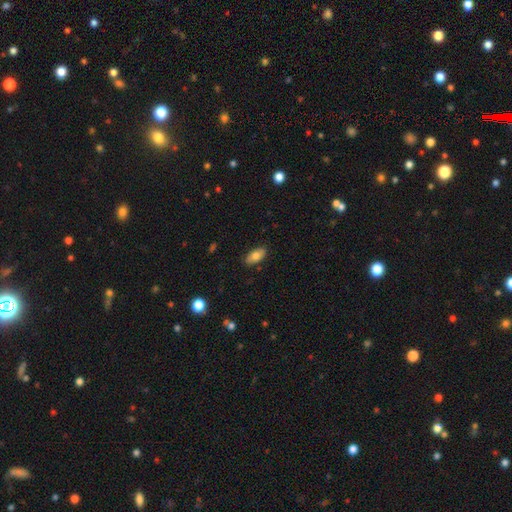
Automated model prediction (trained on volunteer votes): smooth_or_featured: smooth (p=0.77) [alt: featured or disk p=0.15]
how_rounded: in between (p=0.91) [alt: cigar-shaped p=0.06]
merging: none (p=0.86) [alt: minor disturbance p=0.11]